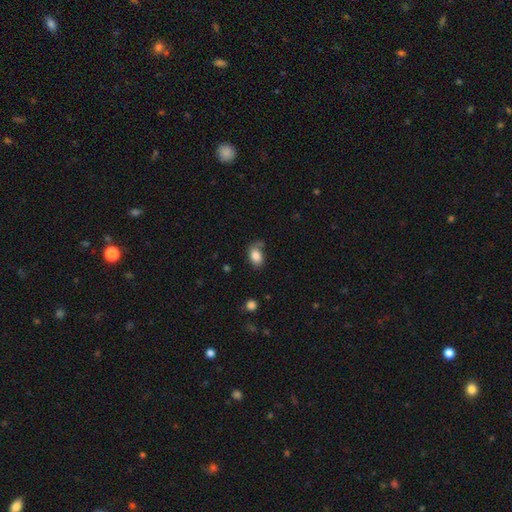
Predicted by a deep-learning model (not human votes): The model was most divided on "merging": none: 61%, minor disturbance: 25%, major disturbance: 9%, merger: 5%. More confident: how rounded — in between (86%); smooth or featured — smooth (83%).